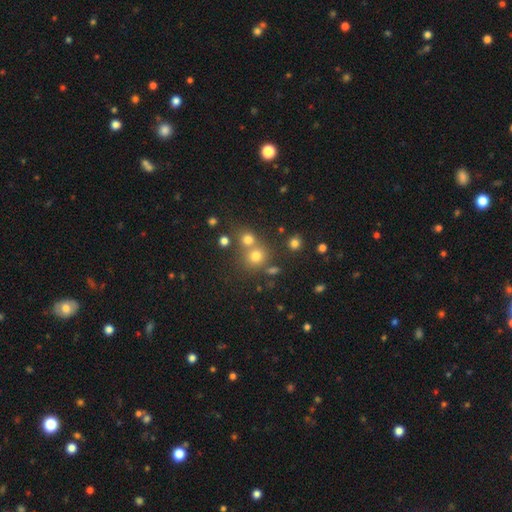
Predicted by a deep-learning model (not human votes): Morphology: type=smooth (68%); roundness=round (87%); merging=none (55%).